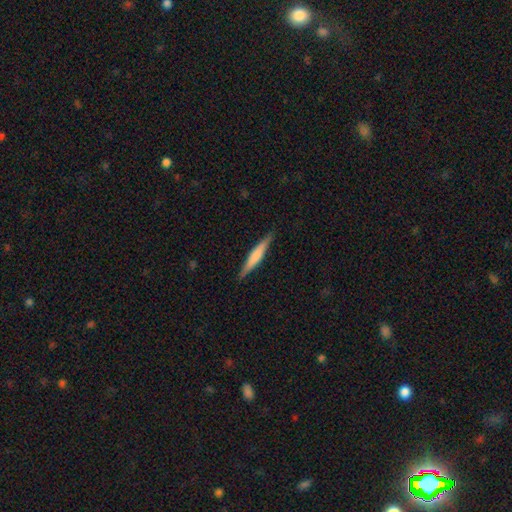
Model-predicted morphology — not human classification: smooth-or-featured: smooth: 51% | featured or disk: 43% | star or artifact: 5%
  how-rounded: cigar-shaped: 93% | in between: 6% | round: 1%
  merging: none: 89% | minor disturbance: 8% | major disturbance: 2% | merger: 1%